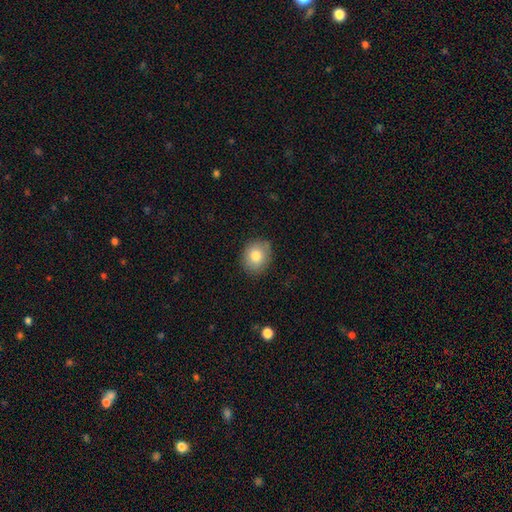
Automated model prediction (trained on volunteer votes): A smooth galaxy with no disk features (81%) that is round (68%).

Vote fractions:
- Smooth or featured? smooth: 81% / featured or disk: 11% / star or artifact: 9%
- How rounded? round: 68% / in between: 31% / cigar-shaped: 1%
- Merging? none: 82% / minor disturbance: 14% / major disturbance: 3% / merger: 2%